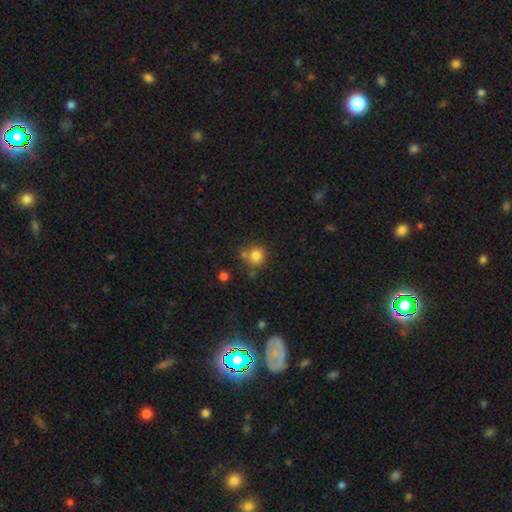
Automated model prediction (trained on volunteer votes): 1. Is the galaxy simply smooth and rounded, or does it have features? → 81% smooth, 12% star or artifact, 7% featured or disk.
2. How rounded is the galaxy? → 88% round, 11% in between, 1% cigar-shaped.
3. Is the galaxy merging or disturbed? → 67% none, 15% merger, 13% minor disturbance, 4% major disturbance.